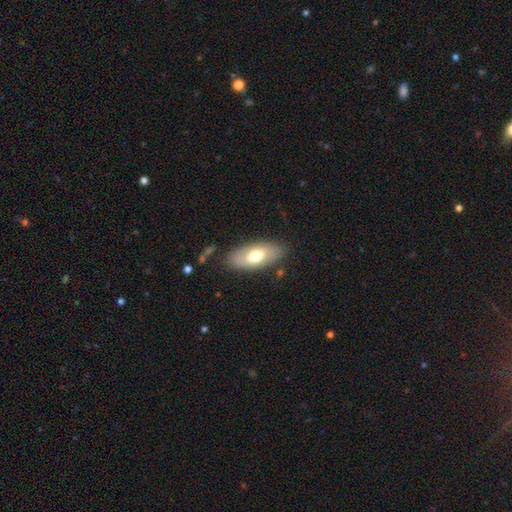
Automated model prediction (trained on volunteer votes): Overall: smooth (60%; featured or disk 34%). How rounded: in between (88%). Merging: none (81%).